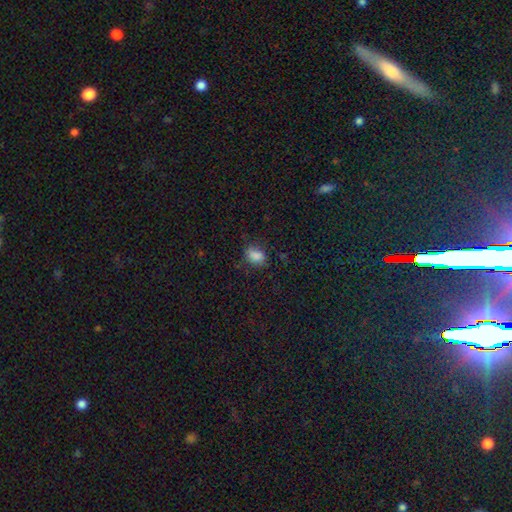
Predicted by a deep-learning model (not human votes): Smooth or featured? Predicted: smooth (p=0.83). How rounded? Predicted: in between (p=0.74). Merging? Predicted: none (p=0.70).